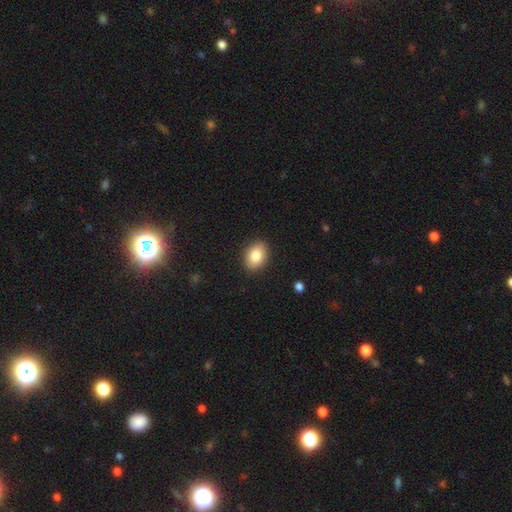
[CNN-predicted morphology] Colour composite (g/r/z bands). It shows a smooth galaxy with no disk features (84%) that is in between round and cigar-shaped (82%). Merging: none (89%).